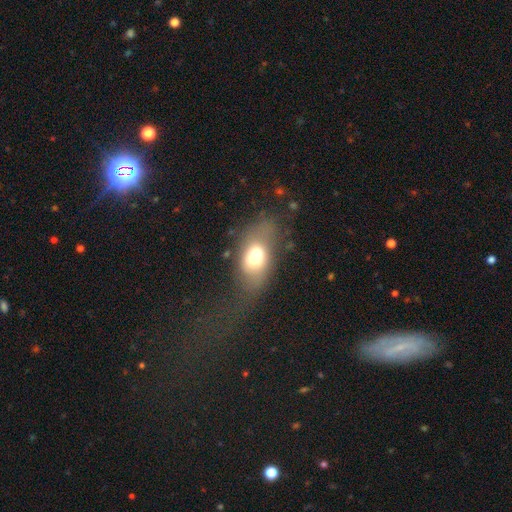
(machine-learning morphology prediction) Smooth or featured: smooth — 61% (featured or disk — 27%)
How rounded: in between — 82% (round — 15%)
Merging: none — 34% (merger — 25%)